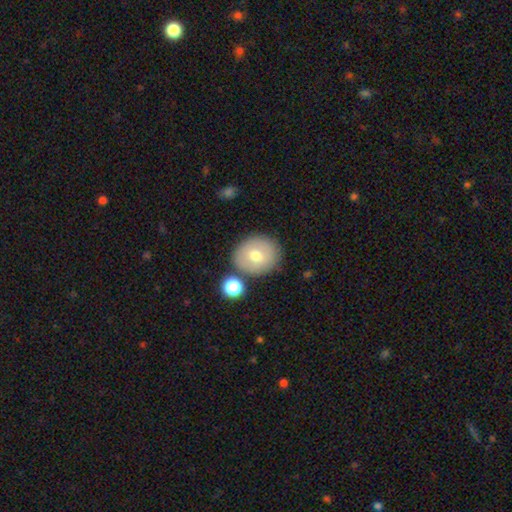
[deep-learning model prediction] Smooth or featured?
  - smooth: 67% *
  - featured or disk: 24%
  - star or artifact: 9%
How rounded?
  - round: 73% *
  - in between: 26%
  - cigar-shaped: 1%
Merging?
  - none: 78% *
  - minor disturbance: 11%
  - merger: 8%
  - major disturbance: 3%